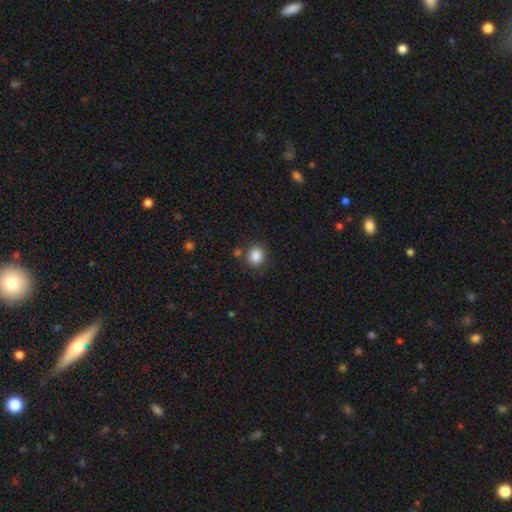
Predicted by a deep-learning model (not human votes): smooth_or_featured: smooth (p=0.87) [alt: star or artifact p=0.10]
how_rounded: round (p=0.81) [alt: in between p=0.18]
merging: none (p=0.80) [alt: minor disturbance p=0.10]